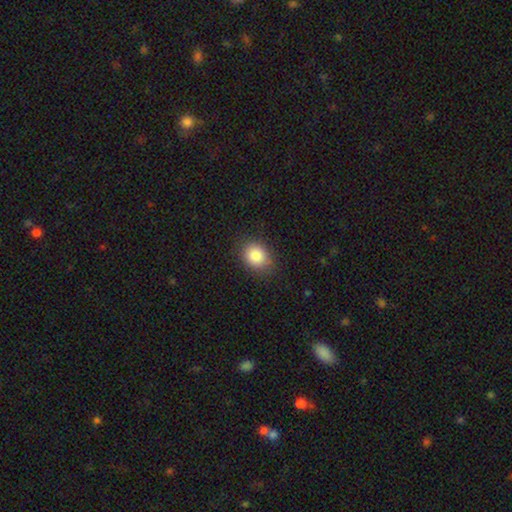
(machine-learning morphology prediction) This appears to be a smooth galaxy with no disk features (86%) that is in between round and cigar-shaped (51%). Merging: none (83%).